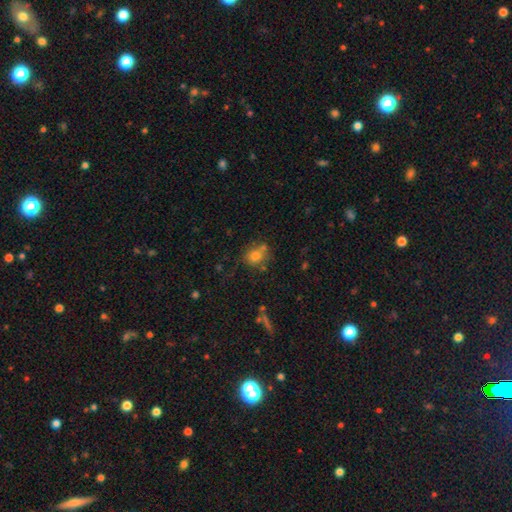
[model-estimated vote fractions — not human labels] A smooth galaxy with no disk features (76%) that is round (71%).

Vote fractions:
- Smooth or featured? smooth: 76% / star or artifact: 13% / featured or disk: 11%
- How rounded? round: 71% / in between: 28% / cigar-shaped: 1%
- Merging? none: 60% / merger: 17% / minor disturbance: 17% / major disturbance: 6%